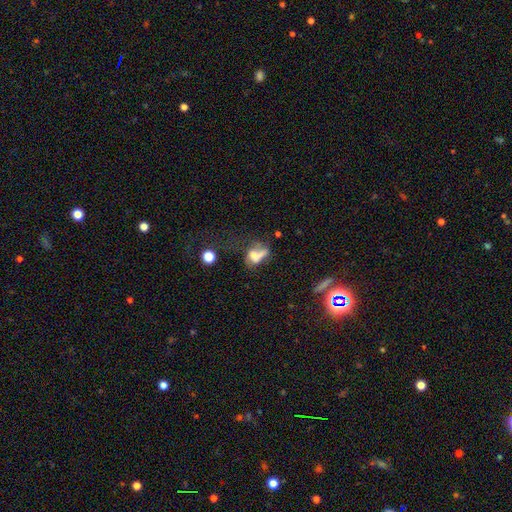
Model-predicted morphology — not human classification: This is possibly a smooth galaxy (50%). How rounded: likely in between (72%). Merging: marginally major disturbance (34%).